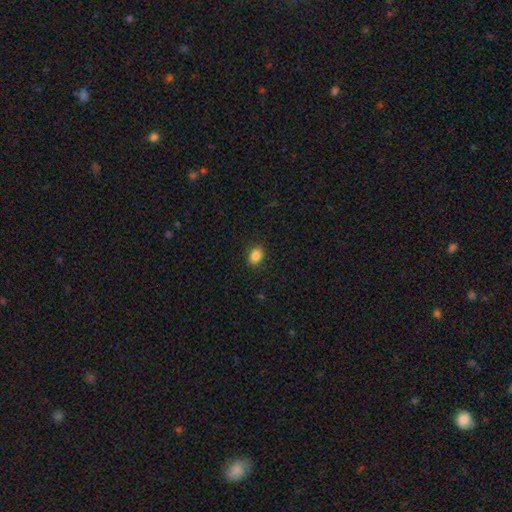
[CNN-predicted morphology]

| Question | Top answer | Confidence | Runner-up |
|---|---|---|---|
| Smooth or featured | smooth | 87% | star or artifact (10%) |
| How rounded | in between | 61% | round (38%) |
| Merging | none | 90% | minor disturbance (7%) |